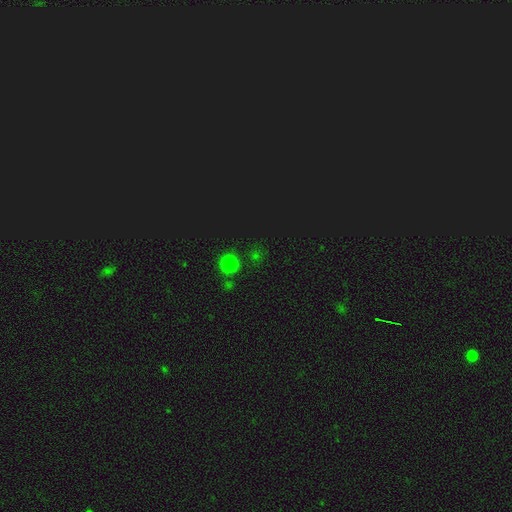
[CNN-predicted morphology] Smooth or featured?
  - smooth: 66% *
  - star or artifact: 30%
  - featured or disk: 5%
How rounded?
  - round: 93% *
  - in between: 6%
  - cigar-shaped: 1%
Merging?
  - none: 88% *
  - minor disturbance: 6%
  - merger: 3%
  - major disturbance: 2%